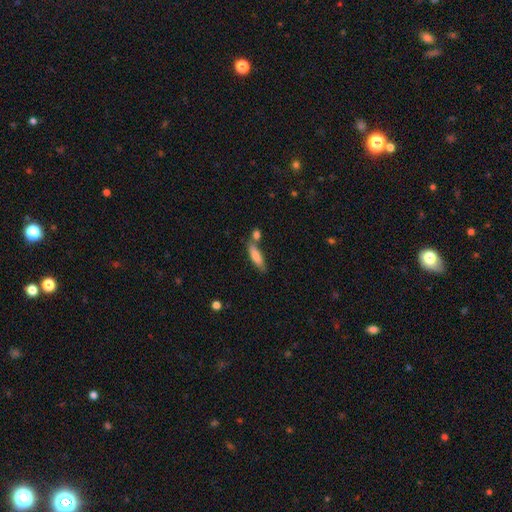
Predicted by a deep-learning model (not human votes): Smooth or featured: smooth — 76% (featured or disk — 18%)
How rounded: cigar-shaped — 61% (in between — 37%)
Merging: none — 57% (merger — 23%)